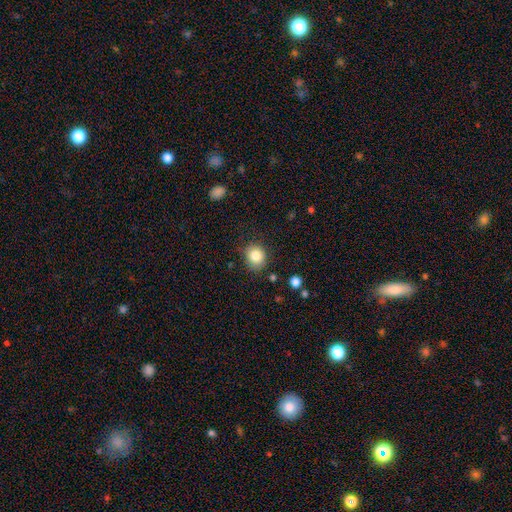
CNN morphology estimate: smooth 84%, star or artifact 10%, featured or disk 6%. Down the decision tree: how rounded — round (76%); merging — none (81%).